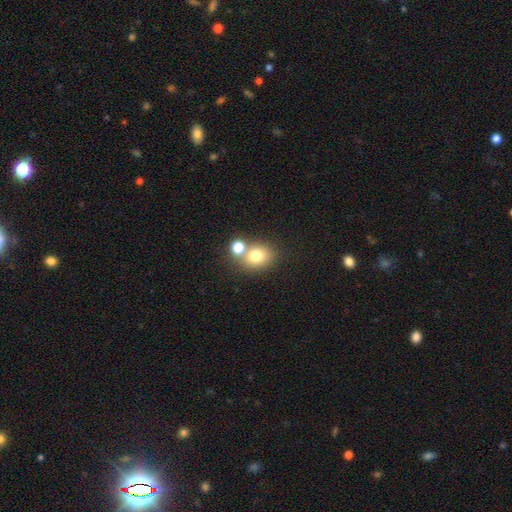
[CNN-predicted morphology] Smooth or featured?
  - smooth: 76% *
  - star or artifact: 13%
  - featured or disk: 11%
How rounded?
  - round: 59% *
  - in between: 40%
  - cigar-shaped: 1%
Merging?
  - none: 51% *
  - merger: 36%
  - minor disturbance: 9%
  - major disturbance: 4%